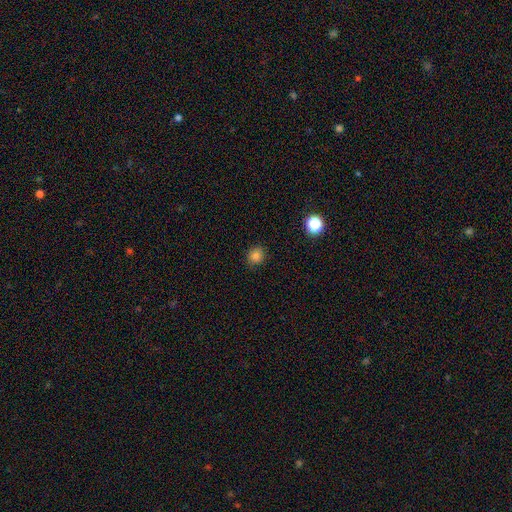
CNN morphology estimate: Q: Smooth or featured?
A: smooth (82%); runner-up: star or artifact (13%)
Q: How rounded?
A: round (80%); runner-up: in between (19%)
Q: Merging?
A: none (88%); runner-up: minor disturbance (8%)